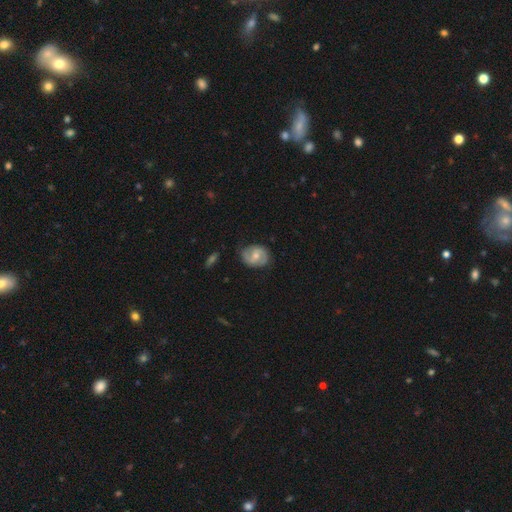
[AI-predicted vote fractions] Overall: featured or disk (66%; smooth 28%). Edge-on disk: no (97%). Bar: no (47%; weak 43%). Spiral arms: yes (88%). Spiral arm count: 2 (85%). Spiral winding: medium (47%; tight 34%). Bulge size: moderate (58%; small 37%). Merging: none (75%).